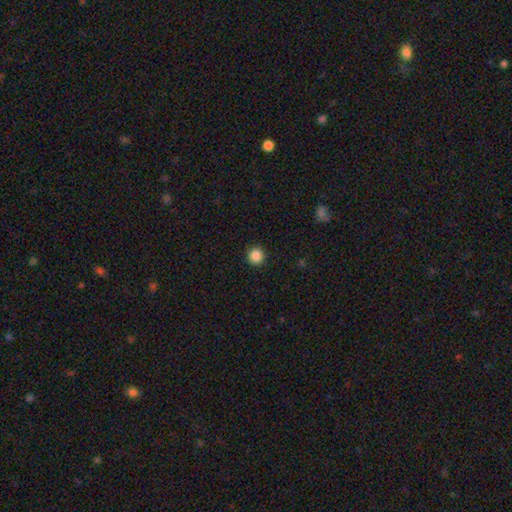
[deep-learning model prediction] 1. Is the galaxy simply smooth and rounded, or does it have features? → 87% smooth, 10% star or artifact, 3% featured or disk.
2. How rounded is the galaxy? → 93% round, 6% in between, 1% cigar-shaped.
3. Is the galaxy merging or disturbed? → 92% none, 5% minor disturbance, 2% major disturbance, 1% merger.